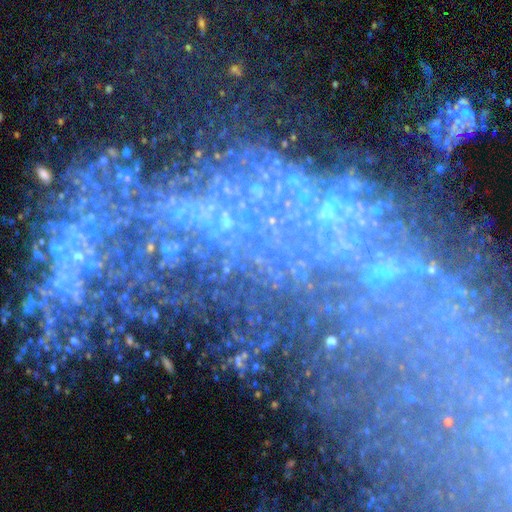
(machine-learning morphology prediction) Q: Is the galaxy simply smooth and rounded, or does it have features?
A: star or artifact — 55%.